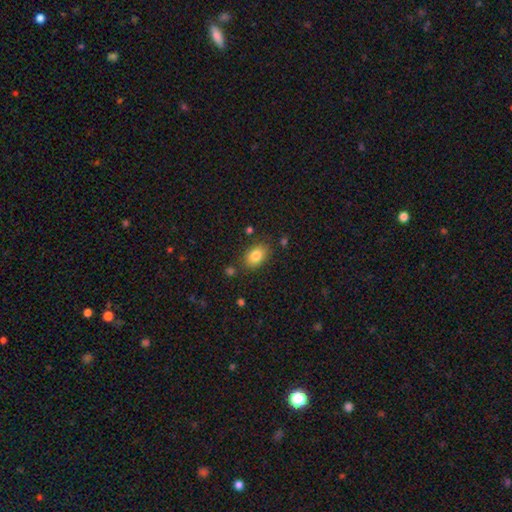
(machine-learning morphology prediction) Q: Smooth or featured?
A: smooth (84%); runner-up: star or artifact (8%)
Q: How rounded?
A: in between (84%); runner-up: round (15%)
Q: Merging?
A: none (81%); runner-up: minor disturbance (12%)